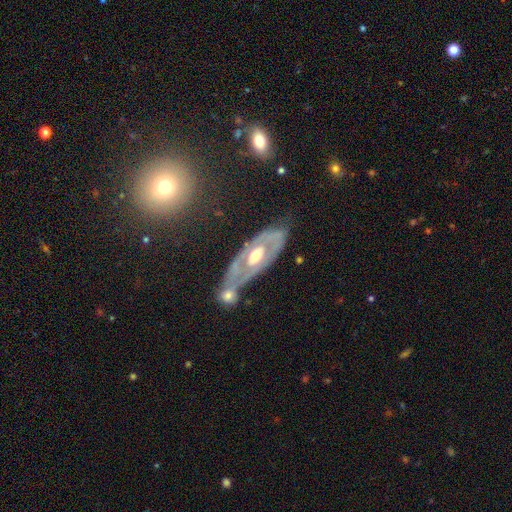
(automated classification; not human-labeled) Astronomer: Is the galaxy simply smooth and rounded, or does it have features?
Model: featured or disk — 77%.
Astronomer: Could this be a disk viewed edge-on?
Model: no — 83%.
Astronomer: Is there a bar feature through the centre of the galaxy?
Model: no — 61%.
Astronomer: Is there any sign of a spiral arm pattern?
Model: yes — 57% (runner-up: no, 43%).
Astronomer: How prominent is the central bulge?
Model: moderate — 74%.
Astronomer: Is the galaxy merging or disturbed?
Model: none — 51%.